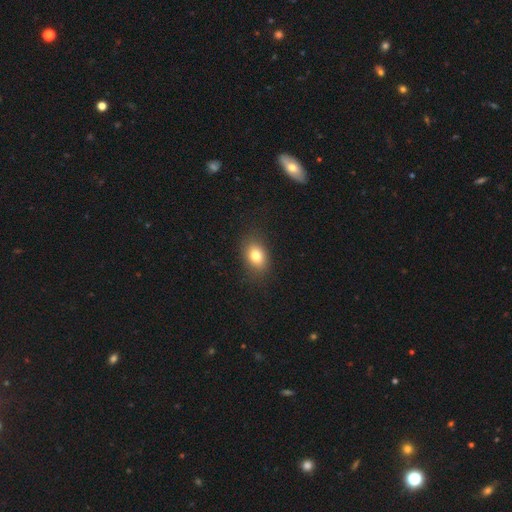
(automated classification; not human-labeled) The model was most divided on "how rounded": in between: 74%, round: 24%, cigar-shaped: 1%. More confident: merging — none (84%); smooth or featured — smooth (79%).